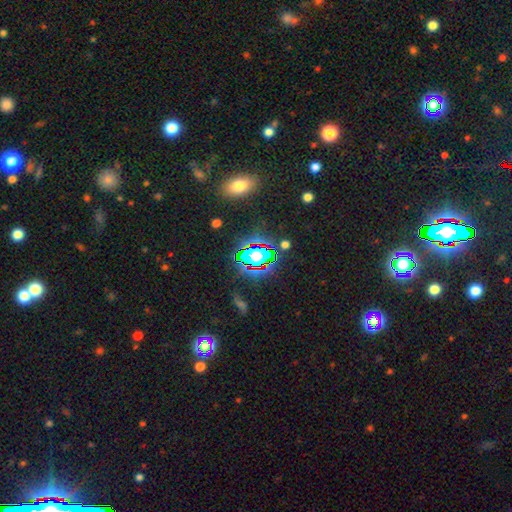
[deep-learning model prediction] The model was most divided on "smooth or featured": star or artifact: 63%, smooth: 24%, featured or disk: 13%.